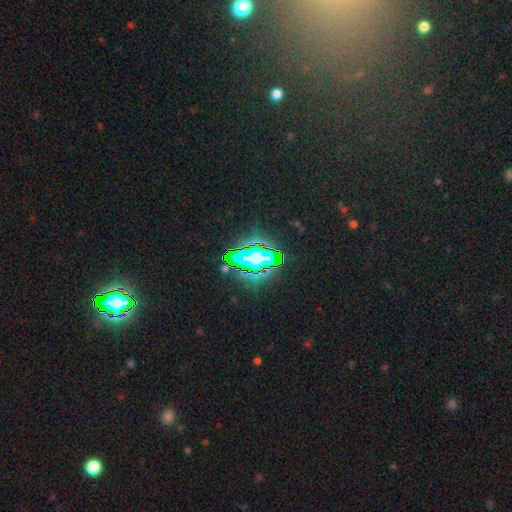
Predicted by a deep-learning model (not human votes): Overall: star or artifact (78%).